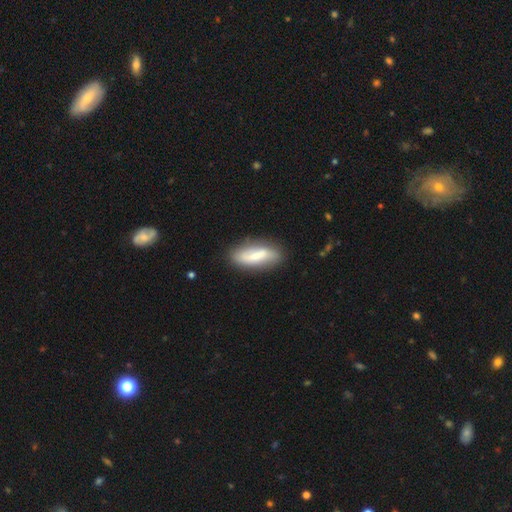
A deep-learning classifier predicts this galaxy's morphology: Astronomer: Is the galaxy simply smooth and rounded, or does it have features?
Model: smooth — 56% (runner-up: featured or disk, 37%).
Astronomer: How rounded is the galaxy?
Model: in between — 69%.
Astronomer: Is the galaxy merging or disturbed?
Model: none — 79%.